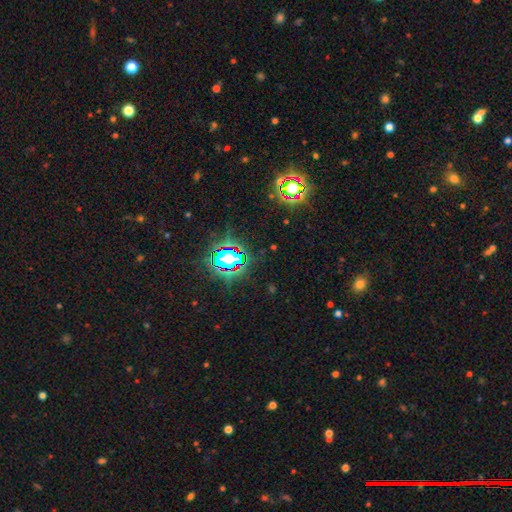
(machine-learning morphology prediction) Q: Smooth or featured?
A: star or artifact (80%); runner-up: smooth (12%)